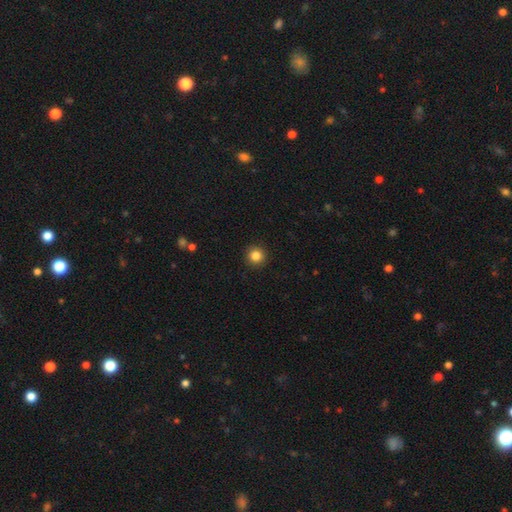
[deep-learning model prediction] Smooth or featured?
  - smooth: 85% *
  - star or artifact: 11%
  - featured or disk: 4%
How rounded?
  - round: 95% *
  - in between: 4%
  - cigar-shaped: 1%
Merging?
  - none: 92% *
  - minor disturbance: 5%
  - major disturbance: 2%
  - merger: 1%